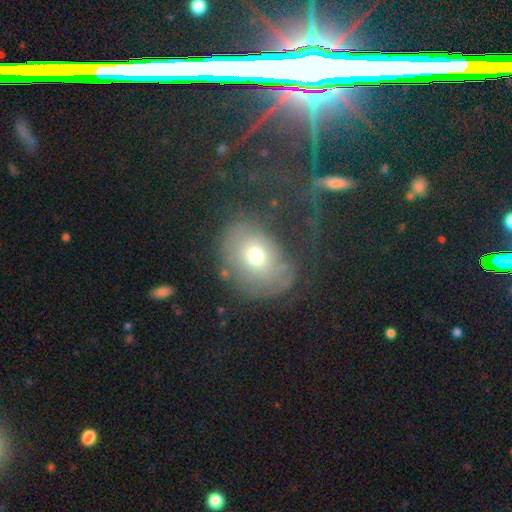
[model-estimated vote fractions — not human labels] This appears to be a smooth galaxy with no disk features (59%) that is round (50%). Merging: none (52%).